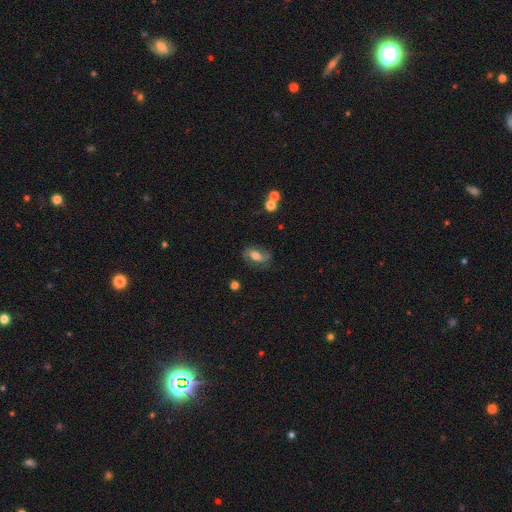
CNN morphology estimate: The model was most divided on "bar": no: 44%, weak: 37%, strong: 19%. More confident: edge-on disk — no (92%); spiral arms — yes (80%); merging — none (71%); bulge size — moderate (58%); smooth or featured — featured or disk (55%).